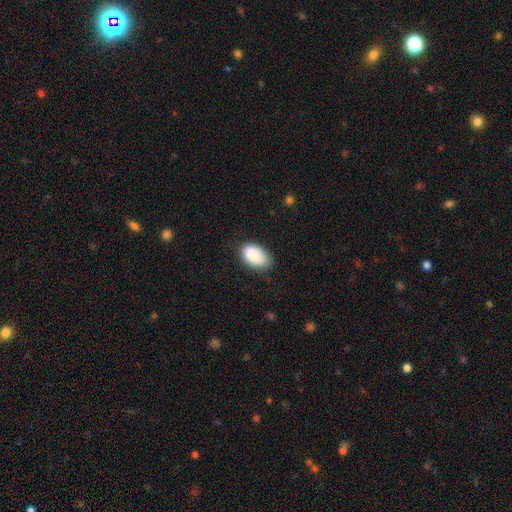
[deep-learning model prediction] smooth-or-featured: smooth: 89% | star or artifact: 7% | featured or disk: 5%
  how-rounded: in between: 92% | round: 7% | cigar-shaped: 1%
  merging: none: 74% | minor disturbance: 21% | major disturbance: 4% | merger: 1%